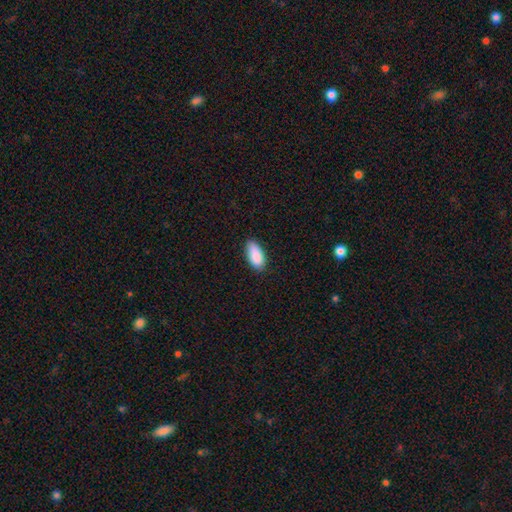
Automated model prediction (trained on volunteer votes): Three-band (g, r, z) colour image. It shows a smooth galaxy with no disk features (90%) that is in between round and cigar-shaped (90%). Merging: none (80%).